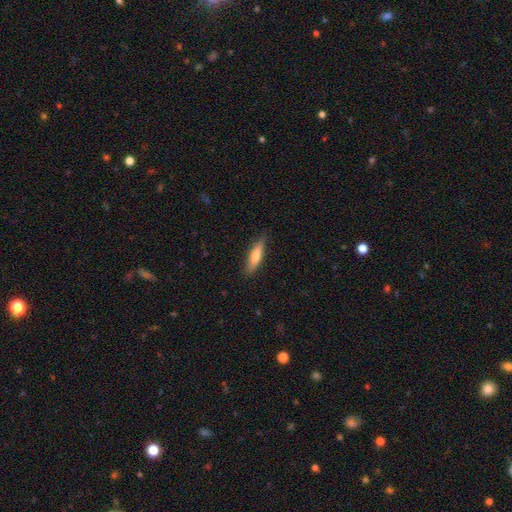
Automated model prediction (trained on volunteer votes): A smooth galaxy with no disk features (67%) that is cigar-shaped (75%). Merging: none (84%).